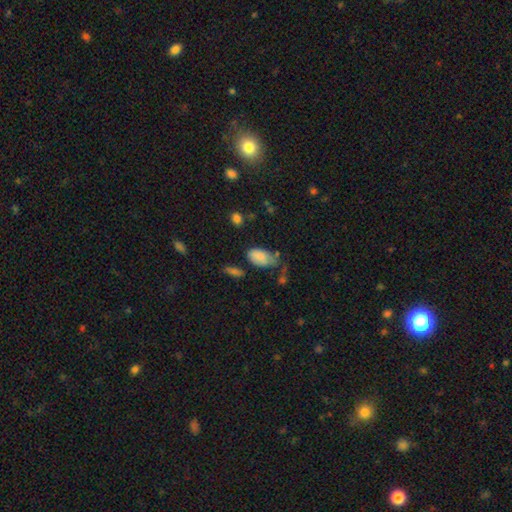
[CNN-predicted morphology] The model was most divided on "merging": none: 48%, minor disturbance: 28%, major disturbance: 16%, merger: 8%. More confident: how rounded — in between (89%); smooth or featured — smooth (65%).